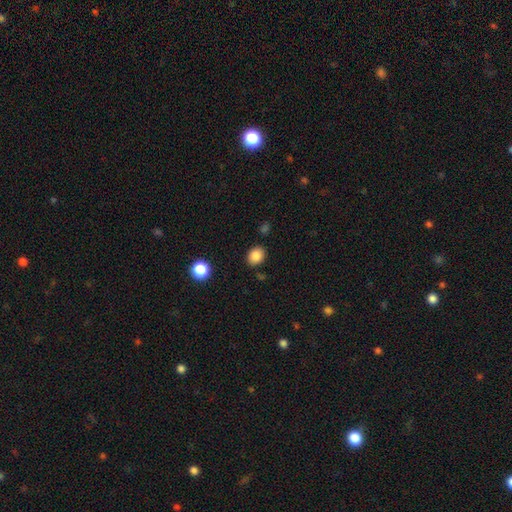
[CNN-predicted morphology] A smooth galaxy with no disk features (85%) that is in between round and cigar-shaped (54%). Merging: none (85%).